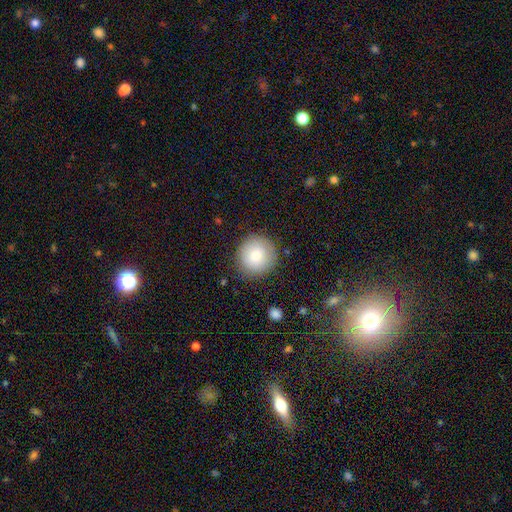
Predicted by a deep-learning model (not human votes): smooth 80%, featured or disk 12%, star or artifact 8%. Down the decision tree: how rounded — round (93%); merging — none (85%).